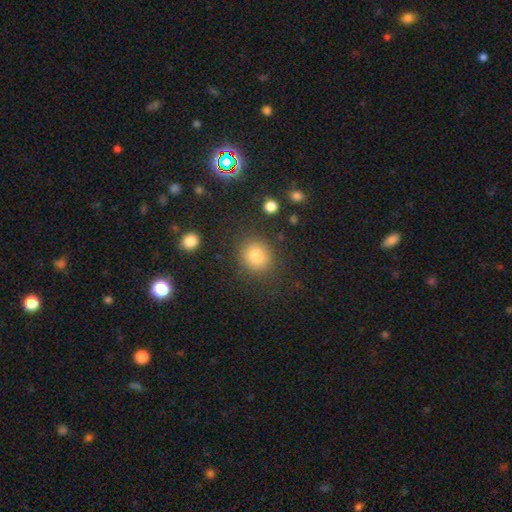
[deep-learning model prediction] A smooth galaxy with no disk features (79%) that is round (82%).

Vote fractions:
- Smooth or featured? smooth: 79% / star or artifact: 14% / featured or disk: 7%
- How rounded? round: 82% / in between: 17% / cigar-shaped: 1%
- Merging? none: 85% / minor disturbance: 9% / major disturbance: 4% / merger: 2%